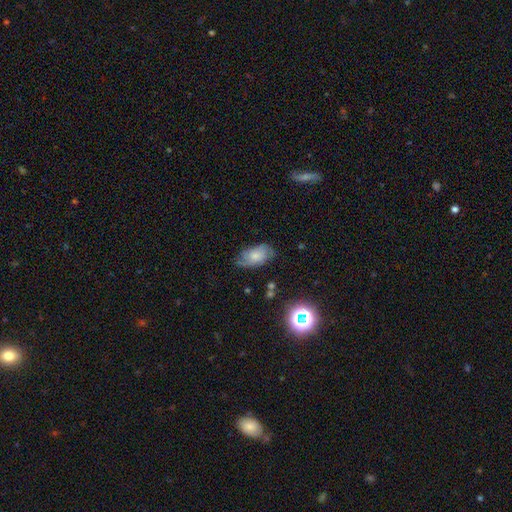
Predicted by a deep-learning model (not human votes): smooth-or-featured: smooth: 47% | featured or disk: 44% | star or artifact: 10%
  merging: none: 64% | minor disturbance: 26% | major disturbance: 8% | merger: 2%